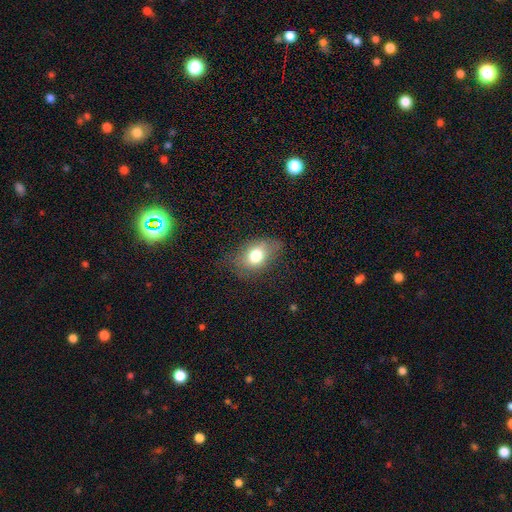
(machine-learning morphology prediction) Q: Smooth or featured?
A: smooth (73%); runner-up: featured or disk (16%)
Q: How rounded?
A: in between (74%); runner-up: round (24%)
Q: Merging?
A: none (63%); runner-up: minor disturbance (25%)